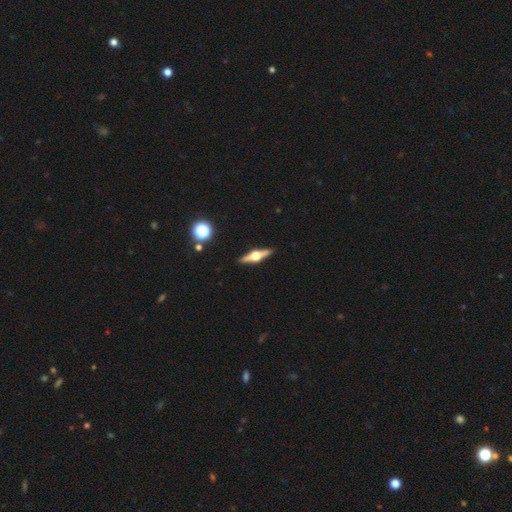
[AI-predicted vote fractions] Smooth or featured?
  - featured or disk: 78% *
  - smooth: 16%
  - star or artifact: 6%
Edge-on disk?
  - yes: 97% *
  - no: 3%
Edge-on bulge?
  - rounded: 95% *
  - boxy: 4%
  - none: 1%
Merging?
  - none: 91% *
  - minor disturbance: 6%
  - major disturbance: 2%
  - merger: 1%